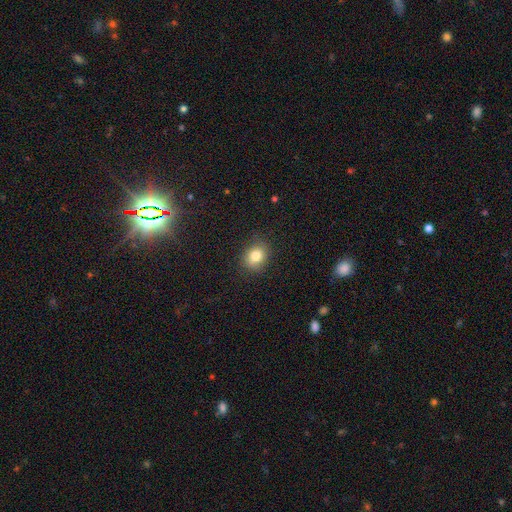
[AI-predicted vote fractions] This appears to be a smooth galaxy with no disk features (82%) that is round (58%). Merging: none (84%).